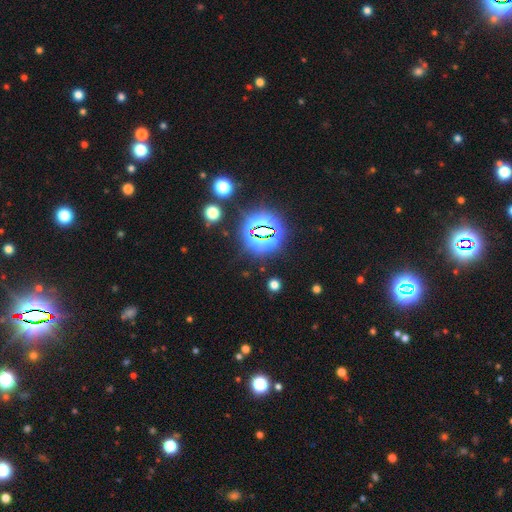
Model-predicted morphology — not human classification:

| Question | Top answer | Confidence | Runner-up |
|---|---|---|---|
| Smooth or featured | star or artifact | 82% | smooth (11%) |